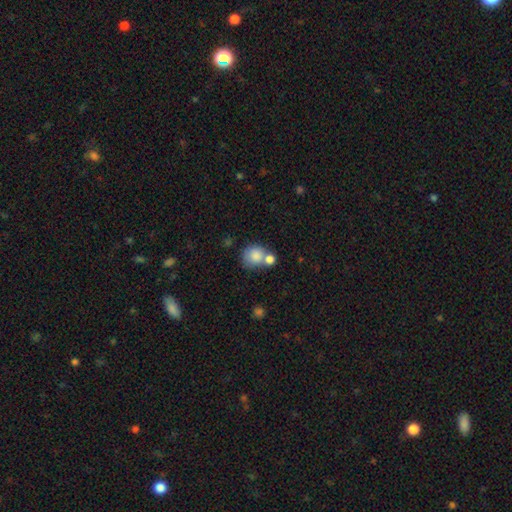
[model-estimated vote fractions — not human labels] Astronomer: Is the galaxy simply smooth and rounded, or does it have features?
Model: smooth — 82%.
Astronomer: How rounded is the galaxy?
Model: round — 79%.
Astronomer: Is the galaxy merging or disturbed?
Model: merger — 42% (runner-up: none, 40%).